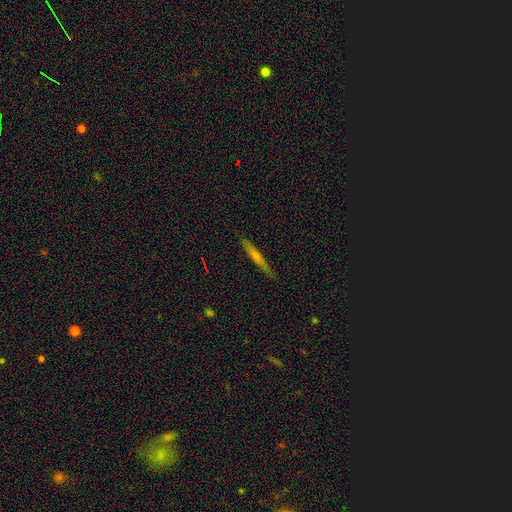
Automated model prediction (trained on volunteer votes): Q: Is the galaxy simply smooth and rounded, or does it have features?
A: featured or disk — 51%.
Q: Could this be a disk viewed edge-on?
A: yes — 95%.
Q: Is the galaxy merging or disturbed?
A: none — 88%.